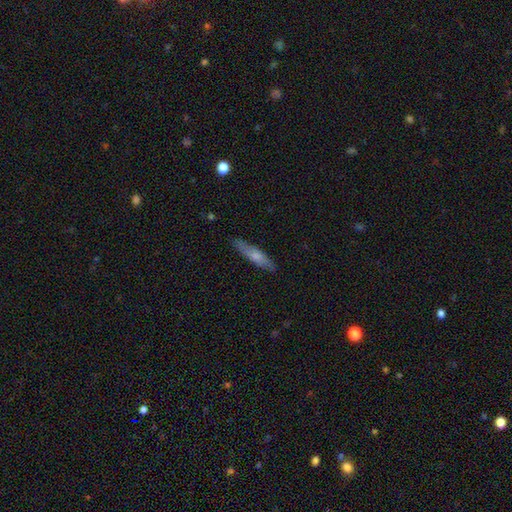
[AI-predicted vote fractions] A smooth galaxy with no disk features (59%) that is cigar-shaped (81%).

Vote fractions:
- Smooth or featured? smooth: 59% / featured or disk: 35% / star or artifact: 6%
- How rounded? cigar-shaped: 81% / in between: 17% / round: 2%
- Merging? none: 86% / minor disturbance: 11% / major disturbance: 2% / merger: 1%